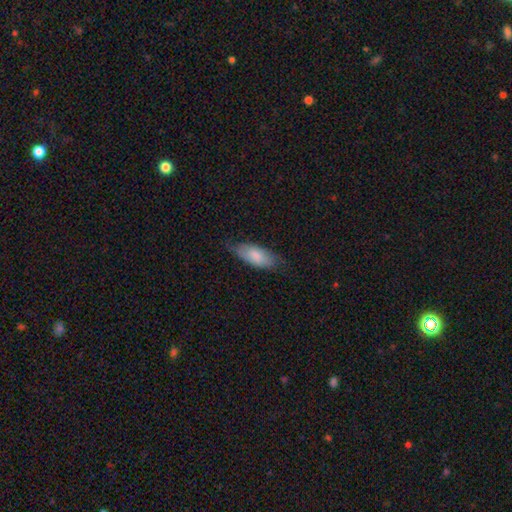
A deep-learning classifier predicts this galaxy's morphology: A smooth galaxy with no disk features (78%) that is in between round and cigar-shaped (83%). Merging: none (70%).